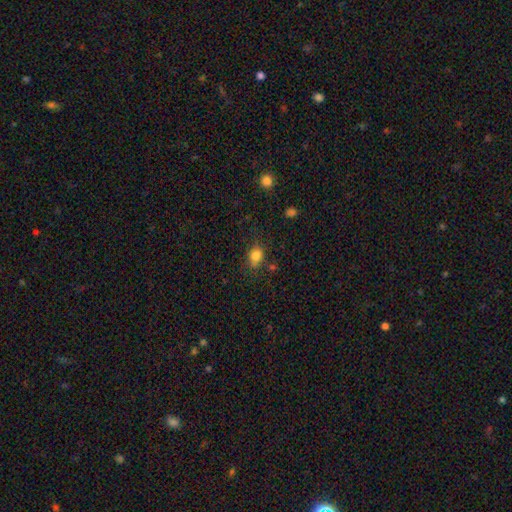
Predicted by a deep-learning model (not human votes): A smooth galaxy with no disk features (82%) that is in between round and cigar-shaped (60%). Merging: none (69%).